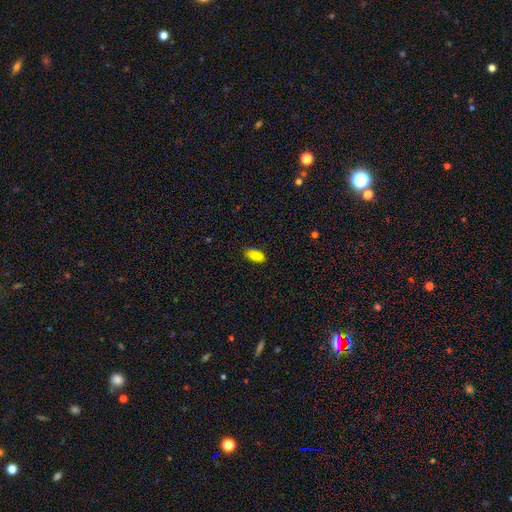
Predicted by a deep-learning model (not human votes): Overall: smooth (87%). How rounded: in between (91%). Merging: none (82%).